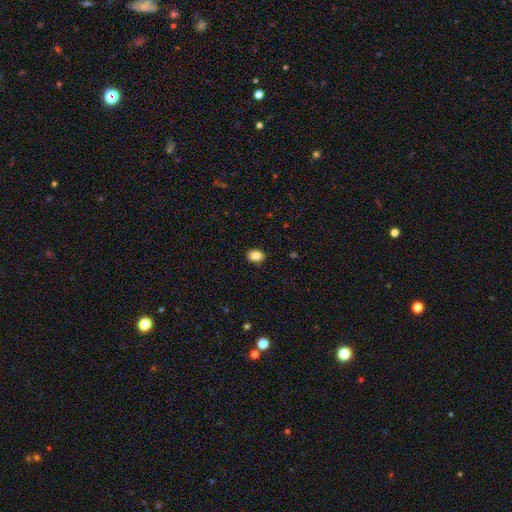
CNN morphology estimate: type=smooth (85%); roundness=in between (59%); merging=none (89%).